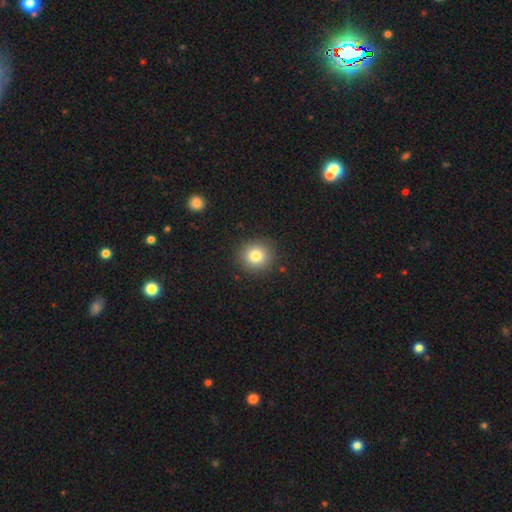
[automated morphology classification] This appears to be a smooth galaxy with no disk features (80%) that is round (91%). Merging: none (90%).